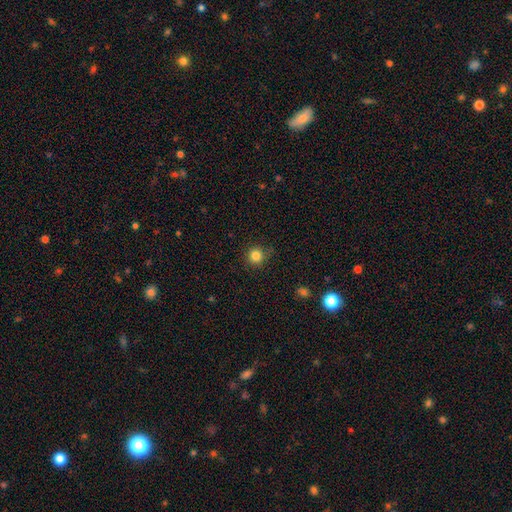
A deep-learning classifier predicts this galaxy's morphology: A smooth galaxy with no disk features (83%) that is round (94%). Merging: none (87%).